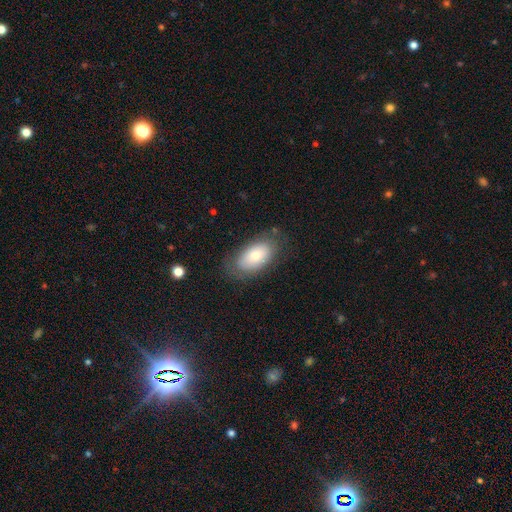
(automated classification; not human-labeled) Smooth or featured?
  - smooth: 69% *
  - featured or disk: 24%
  - star or artifact: 7%
How rounded?
  - in between: 93% *
  - round: 5%
  - cigar-shaped: 2%
Merging?
  - none: 77% *
  - minor disturbance: 16%
  - major disturbance: 6%
  - merger: 1%